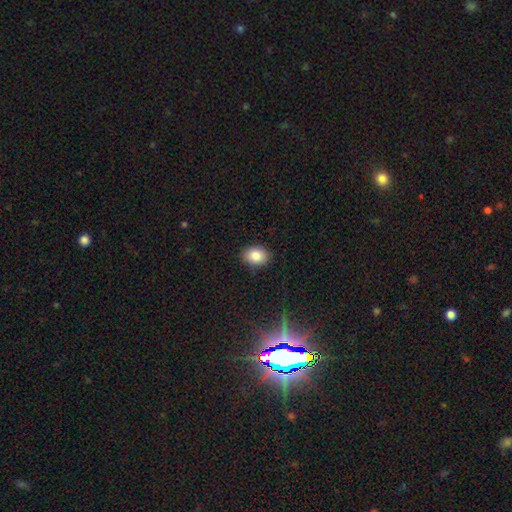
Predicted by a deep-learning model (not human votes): smooth 85%, star or artifact 9%, featured or disk 6%. Down the decision tree: how rounded — in between (66%); merging — none (88%).